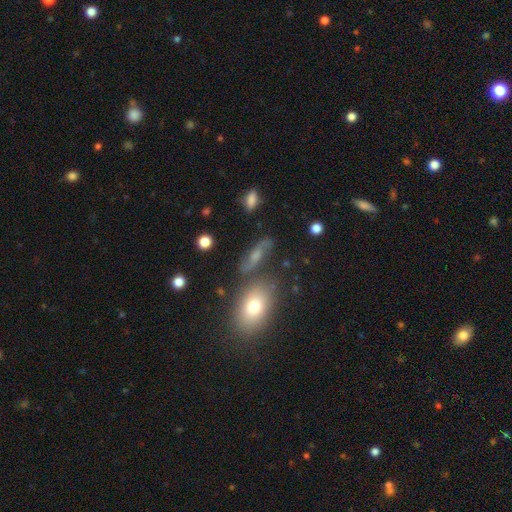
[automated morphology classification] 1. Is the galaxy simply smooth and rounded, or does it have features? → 58% featured or disk, 28% smooth, 13% star or artifact.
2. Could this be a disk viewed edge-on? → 84% no, 16% yes.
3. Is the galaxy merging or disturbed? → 64% none, 19% minor disturbance, 9% major disturbance, 8% merger.